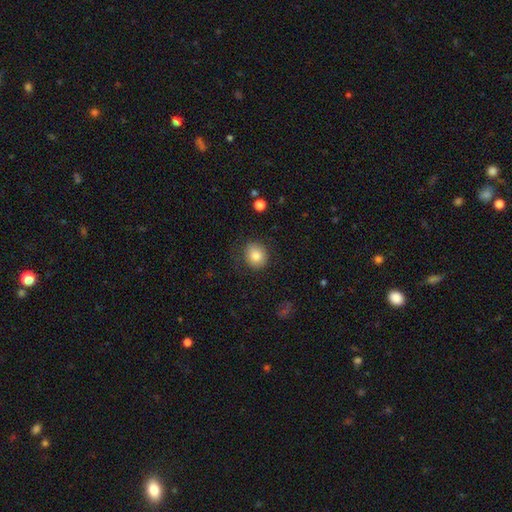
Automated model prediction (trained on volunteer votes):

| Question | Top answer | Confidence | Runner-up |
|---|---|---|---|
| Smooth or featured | smooth | 83% | star or artifact (9%) |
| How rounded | round | 73% | in between (26%) |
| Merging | none | 80% | minor disturbance (14%) |